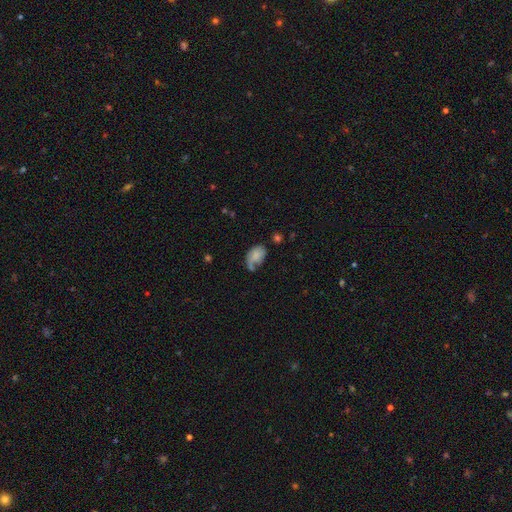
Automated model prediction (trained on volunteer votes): Overall: smooth (67%). How rounded: in between (83%). Merging: none (37%; minor disturbance 28%).